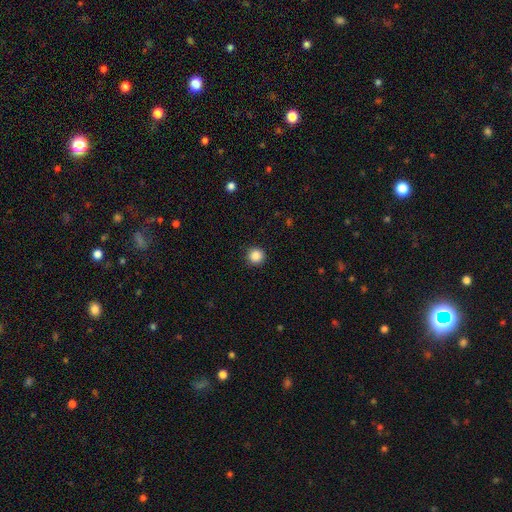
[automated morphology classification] Overall: smooth (87%). How rounded: round (95%). Merging: none (92%).